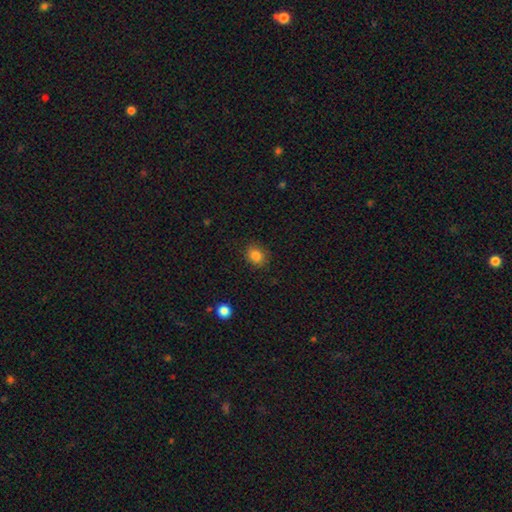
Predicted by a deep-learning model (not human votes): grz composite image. It shows a smooth galaxy with no disk features (84%) that is round (64%). Merging: none (86%).